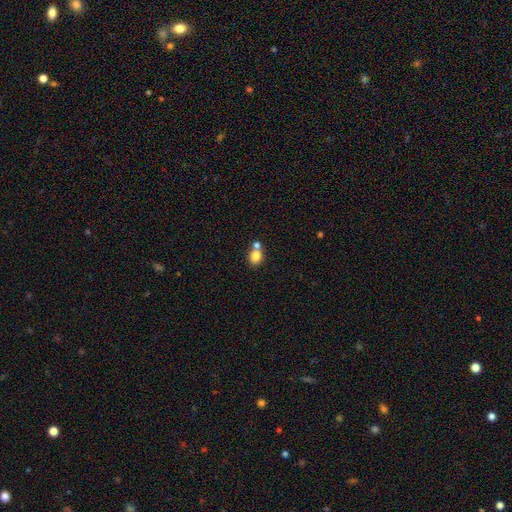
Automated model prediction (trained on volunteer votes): Morphology: type=smooth (82%); roundness=round (65%); merging=none (48%).